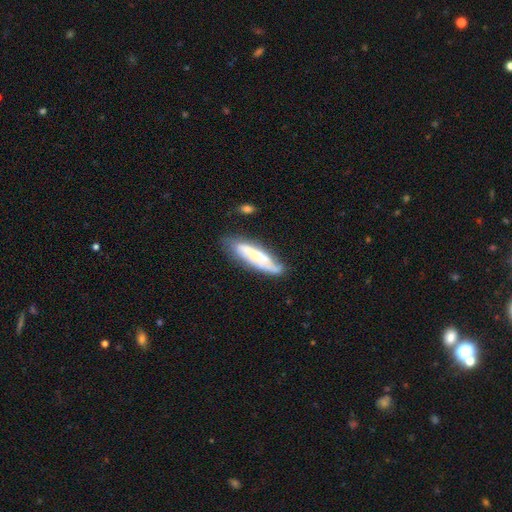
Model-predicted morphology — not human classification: A featured or disk galaxy (50%). Merging: none (69%).